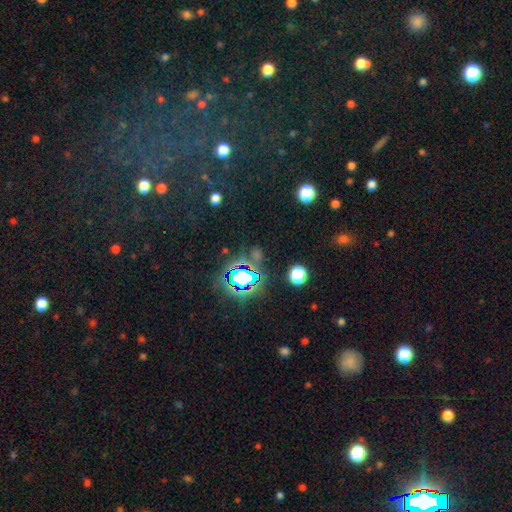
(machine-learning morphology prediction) Smooth or featured? star or artifact (69%)